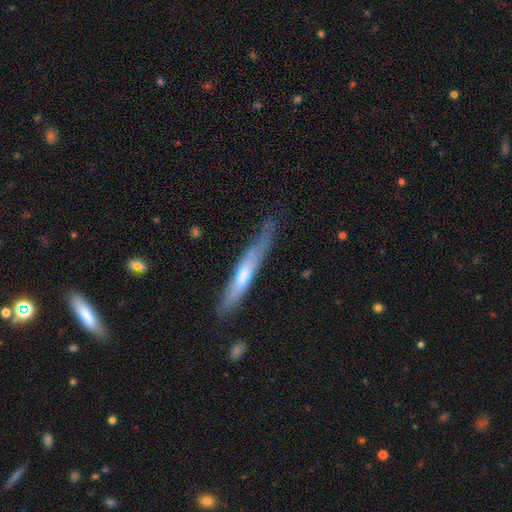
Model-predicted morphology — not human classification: type=featured or disk (61%); edge-on=yes (89%); edge-on bulge=rounded (69%); merging=none (71%).